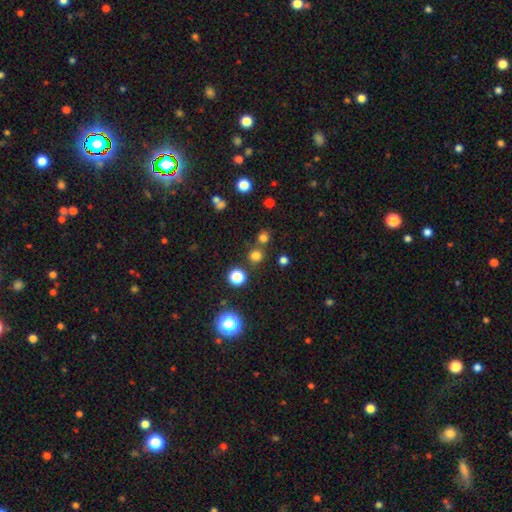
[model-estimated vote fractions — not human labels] A smooth galaxy with no disk features (70%) that is round (89%).

Vote fractions:
- Smooth or featured? smooth: 70% / star or artifact: 24% / featured or disk: 6%
- How rounded? round: 89% / in between: 10% / cigar-shaped: 1%
- Merging? none: 74% / merger: 16% / minor disturbance: 7% / major disturbance: 3%